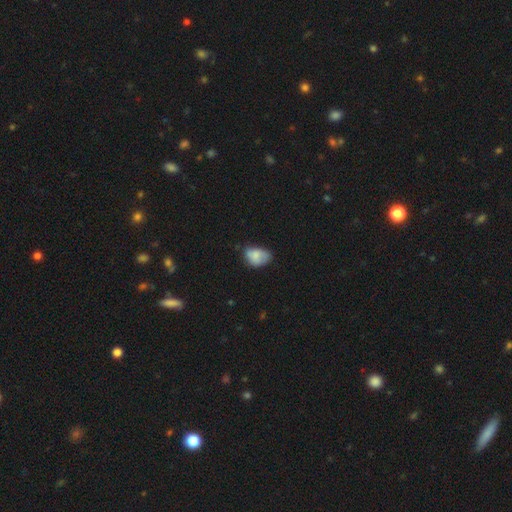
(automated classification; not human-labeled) This appears to be a smooth galaxy with no disk features (78%) that is in between round and cigar-shaped (81%). Merging: none (45%).